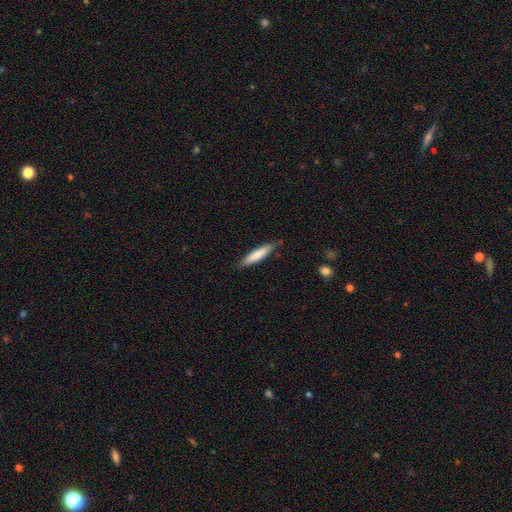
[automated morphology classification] Smooth or featured: smooth — 77% (featured or disk — 18%)
How rounded: cigar-shaped — 85% (in between — 14%)
Merging: none — 83% (minor disturbance — 14%)